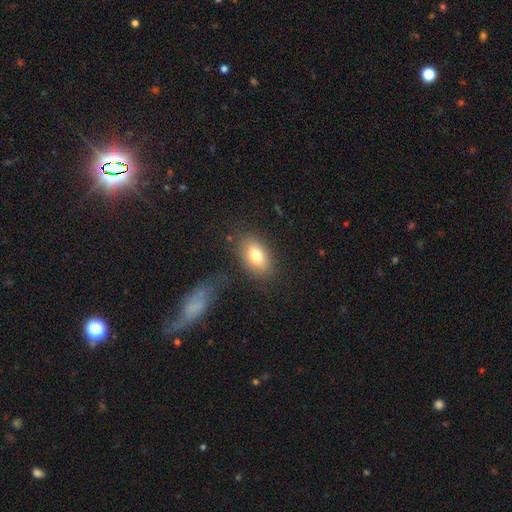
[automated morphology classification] A smooth galaxy with no disk features (78%) that is in between round and cigar-shaped (89%).

Vote fractions:
- Smooth or featured? smooth: 78% / featured or disk: 14% / star or artifact: 8%
- How rounded? in between: 89% / round: 8% / cigar-shaped: 3%
- Merging? none: 78% / minor disturbance: 14% / major disturbance: 6% / merger: 3%